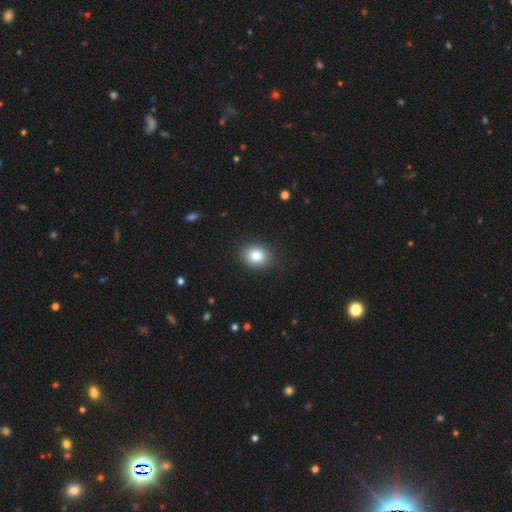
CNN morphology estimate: Smooth or featured? smooth (84%)
How rounded? round (52%)
Merging? none (88%)